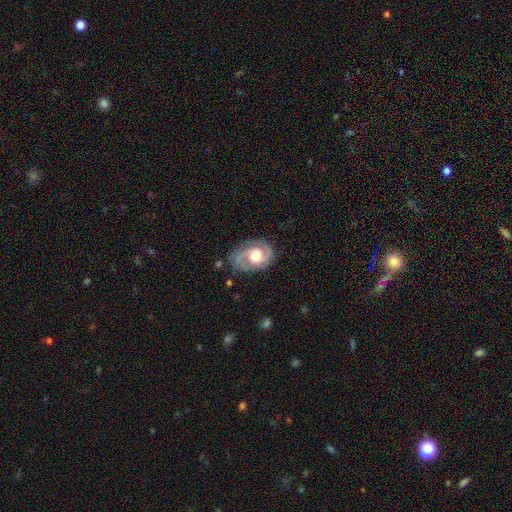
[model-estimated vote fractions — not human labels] Smooth or featured? Predicted: featured or disk (p=0.84). Edge-on disk? Predicted: no (p=0.97). Bar? Predicted: no (p=0.59). Spiral arms? Predicted: yes (p=0.94). Spiral winding? Predicted: medium (p=0.49). Spiral arm count? Predicted: 2 (p=0.85). Bulge size? Predicted: moderate (p=0.49). Merging? Predicted: none (p=0.73).